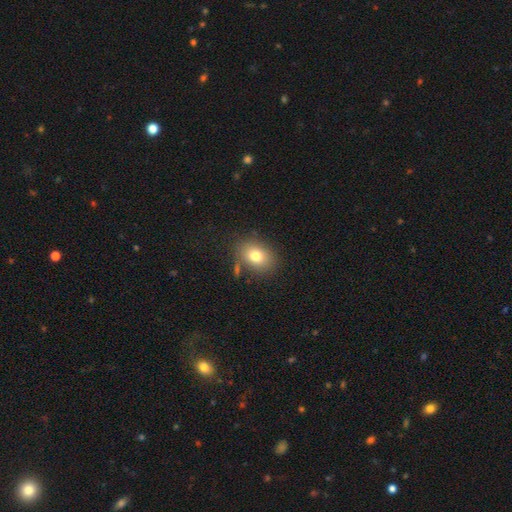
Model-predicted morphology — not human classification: Q: Smooth or featured?
A: smooth (78%); runner-up: featured or disk (12%)
Q: How rounded?
A: in between (61%); runner-up: round (38%)
Q: Merging?
A: none (79%); runner-up: minor disturbance (12%)